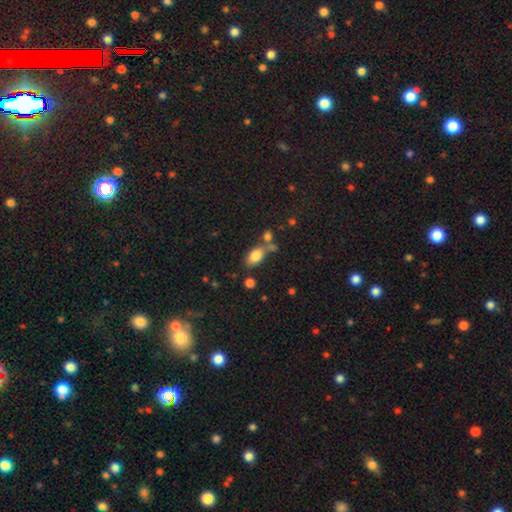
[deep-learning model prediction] Smooth or featured? smooth (81%)
How rounded? in between (88%)
Merging? none (49%)